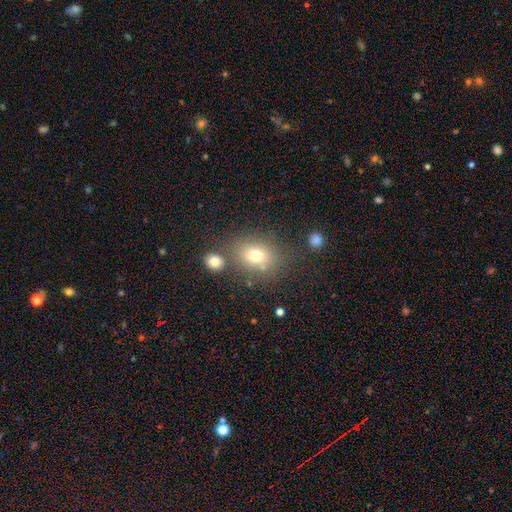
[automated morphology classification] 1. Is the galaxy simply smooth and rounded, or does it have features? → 72% smooth, 15% star or artifact, 14% featured or disk.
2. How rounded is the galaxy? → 51% round, 48% in between, 1% cigar-shaped.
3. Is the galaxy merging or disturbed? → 67% none, 14% merger, 13% minor disturbance, 6% major disturbance.